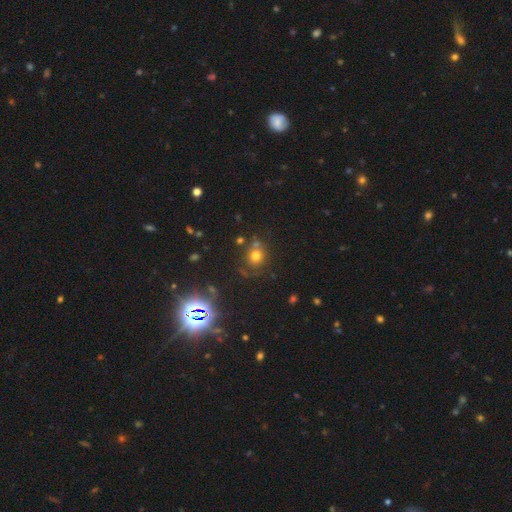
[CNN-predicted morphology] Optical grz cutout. It shows a smooth galaxy with no disk features (66%) that is round (82%). Merging: none (64%).